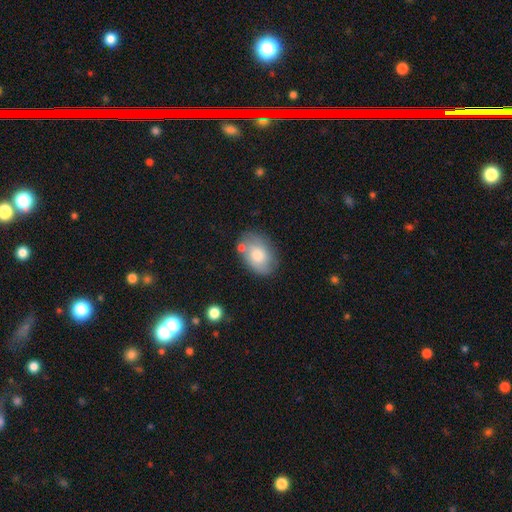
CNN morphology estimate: smooth-or-featured: smooth: 61% | featured or disk: 27% | star or artifact: 12%
  how-rounded: in between: 77% | round: 22% | cigar-shaped: 1%
  merging: none: 73% | minor disturbance: 17% | merger: 5% | major disturbance: 4%